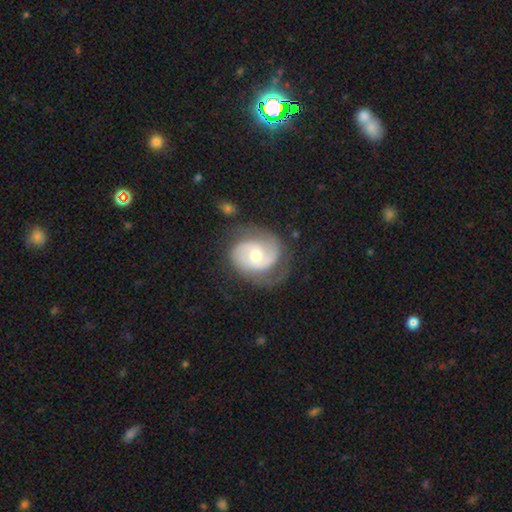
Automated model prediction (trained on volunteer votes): Q: Smooth or featured?
A: featured or disk (81%); runner-up: smooth (14%)
Q: Edge-on disk?
A: no (98%); runner-up: yes (2%)
Q: Bar?
A: no (59%); runner-up: weak (35%)
Q: Spiral arms?
A: yes (95%); runner-up: no (5%)
Q: Spiral winding?
A: medium (46%); runner-up: tight (39%)
Q: Spiral arm count?
A: 2 (81%); runner-up: can't tell (8%)
Q: Bulge size?
A: moderate (56%); runner-up: small (35%)
Q: Merging?
A: none (64%); runner-up: minor disturbance (22%)